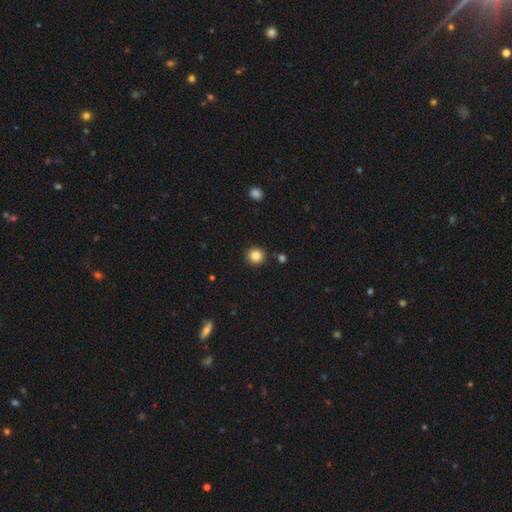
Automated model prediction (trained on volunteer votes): A smooth galaxy with no disk features (84%) that is round (92%).

Vote fractions:
- Smooth or featured? smooth: 84% / star or artifact: 11% / featured or disk: 5%
- How rounded? round: 92% / in between: 7% / cigar-shaped: 1%
- Merging? none: 89% / minor disturbance: 6% / merger: 3% / major disturbance: 2%